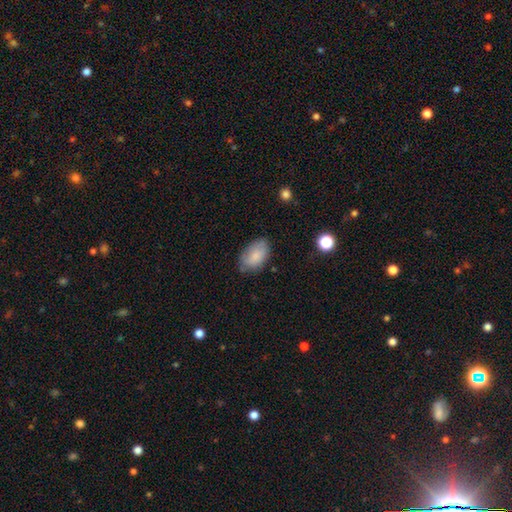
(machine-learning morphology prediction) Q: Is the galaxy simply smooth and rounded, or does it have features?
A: smooth — 83%.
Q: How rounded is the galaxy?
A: in between — 93%.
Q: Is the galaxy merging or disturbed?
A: none — 69%.